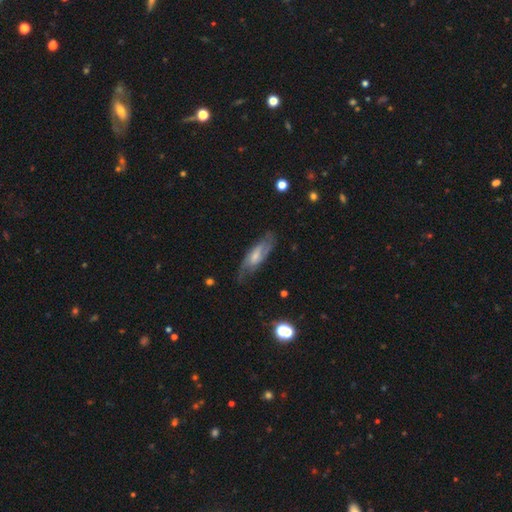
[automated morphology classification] This appears to be a featured or disk galaxy (62%). Merging: none (66%).